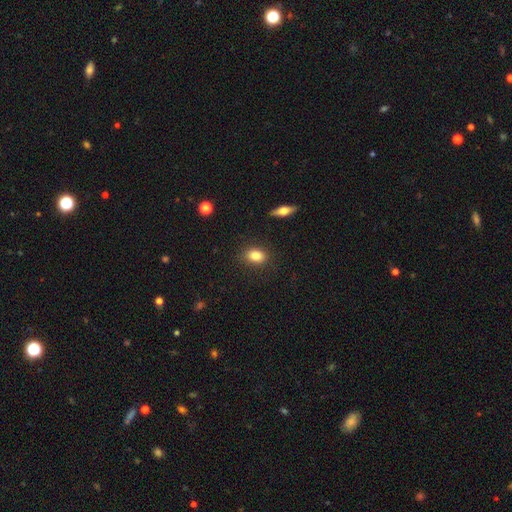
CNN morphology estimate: Q: Smooth or featured?
A: smooth (83%); runner-up: star or artifact (9%)
Q: How rounded?
A: in between (73%); runner-up: round (24%)
Q: Merging?
A: none (86%); runner-up: minor disturbance (10%)